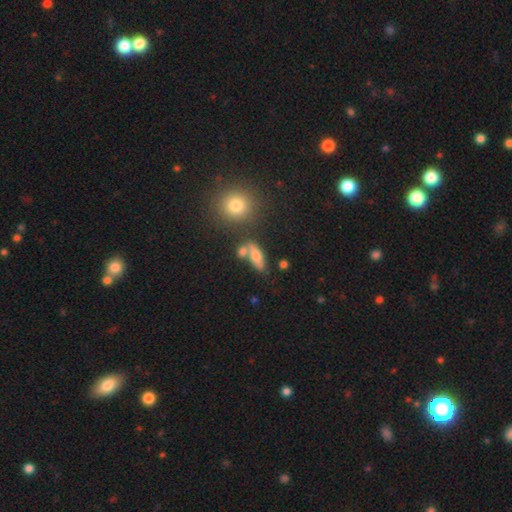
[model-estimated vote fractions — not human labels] Smooth or featured? smooth (61%)
How rounded? in between (62%)
Merging? none (52%)